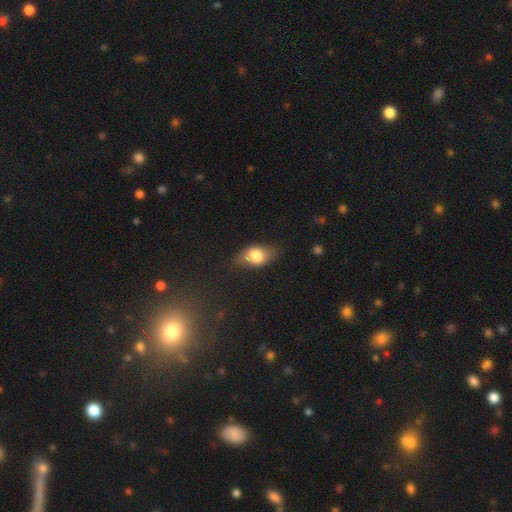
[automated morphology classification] A smooth galaxy with no disk features (73%) that is in between round and cigar-shaped (79%).

Vote fractions:
- Smooth or featured? smooth: 73% / featured or disk: 19% / star or artifact: 8%
- How rounded? in between: 79% / round: 17% / cigar-shaped: 4%
- Merging? none: 68% / minor disturbance: 24% / major disturbance: 7% / merger: 2%